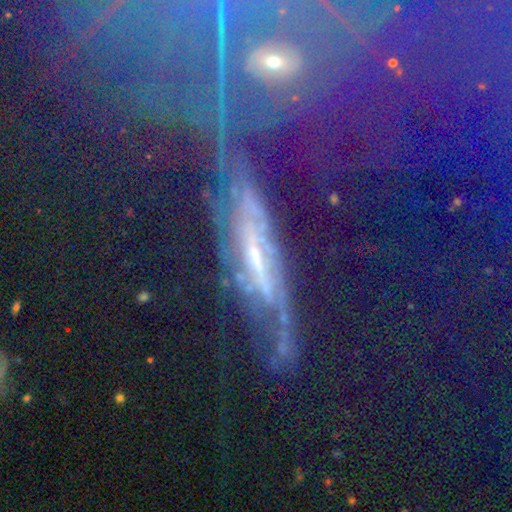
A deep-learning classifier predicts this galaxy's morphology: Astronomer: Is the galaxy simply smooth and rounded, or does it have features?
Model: featured or disk — 47% (runner-up: star or artifact, 33%).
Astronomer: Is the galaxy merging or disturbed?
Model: none — 57%.